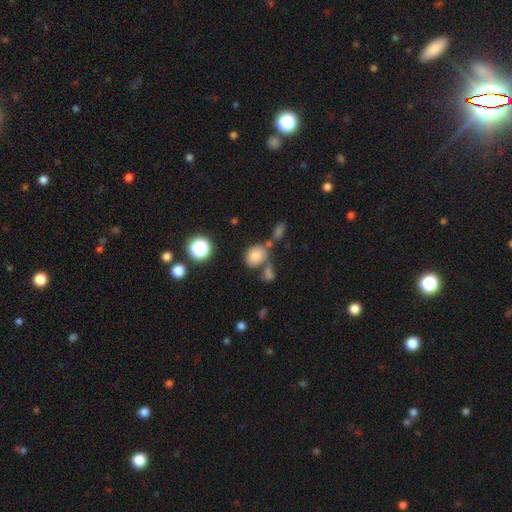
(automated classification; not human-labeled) This is likely a smooth galaxy (78%). How rounded: likely in between (61%). Merging: possibly none (58%).